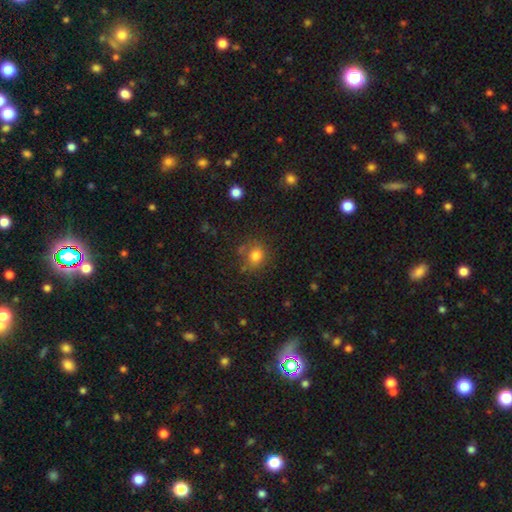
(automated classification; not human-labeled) Smooth or featured?
  - smooth: 78% *
  - star or artifact: 13%
  - featured or disk: 9%
How rounded?
  - round: 63% *
  - in between: 36%
  - cigar-shaped: 1%
Merging?
  - none: 66% *
  - minor disturbance: 19%
  - major disturbance: 8%
  - merger: 7%